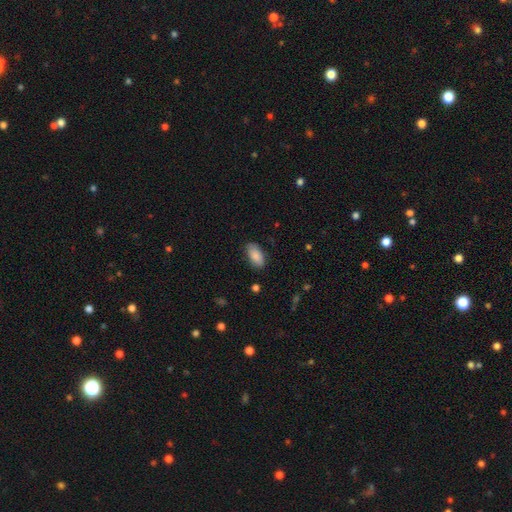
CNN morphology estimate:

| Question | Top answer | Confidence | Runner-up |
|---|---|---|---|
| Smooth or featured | smooth | 87% | featured or disk (7%) |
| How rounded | in between | 92% | cigar-shaped (5%) |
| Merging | none | 82% | minor disturbance (14%) |